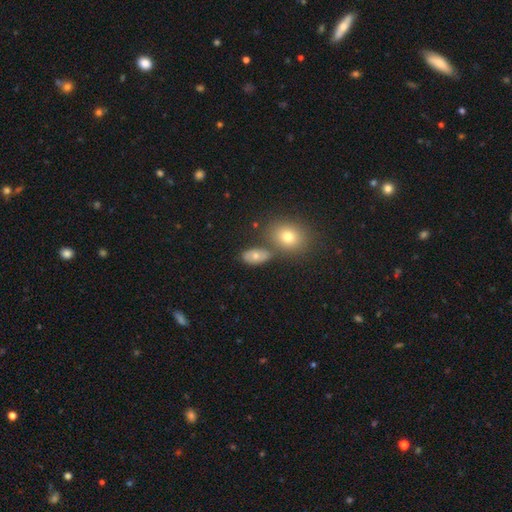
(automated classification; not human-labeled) smooth-or-featured: smooth: 69% | featured or disk: 19% | star or artifact: 11%
  how-rounded: in between: 85% | round: 12% | cigar-shaped: 3%
  merging: none: 59% | merger: 21% | minor disturbance: 14% | major disturbance: 5%